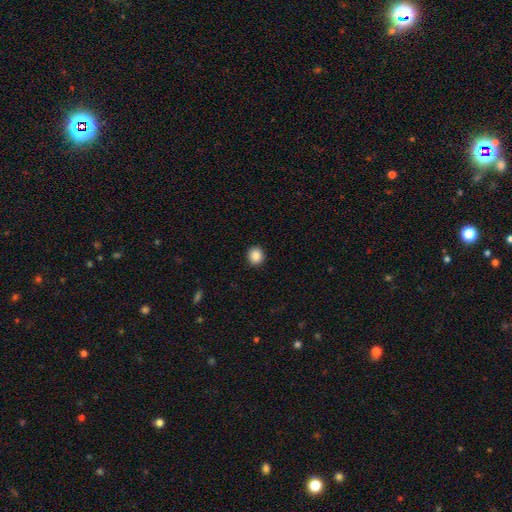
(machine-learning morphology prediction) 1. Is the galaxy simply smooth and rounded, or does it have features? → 88% smooth, 9% star or artifact, 3% featured or disk.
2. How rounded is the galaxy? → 81% round, 18% in between, 1% cigar-shaped.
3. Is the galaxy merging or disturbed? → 92% none, 5% minor disturbance, 2% major disturbance, 1% merger.